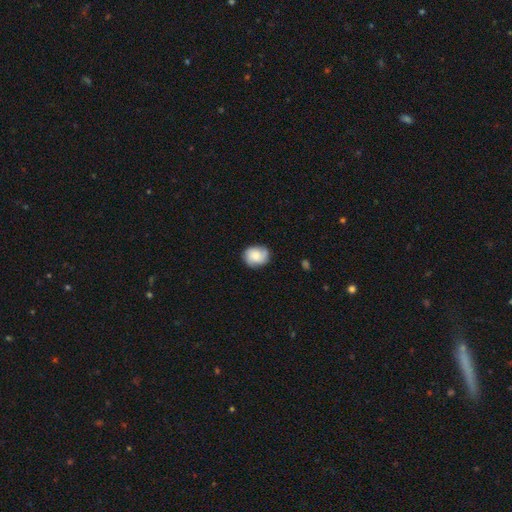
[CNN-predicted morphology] This appears to be a smooth galaxy with no disk features (55%) that is round (66%). Merging: none (78%).